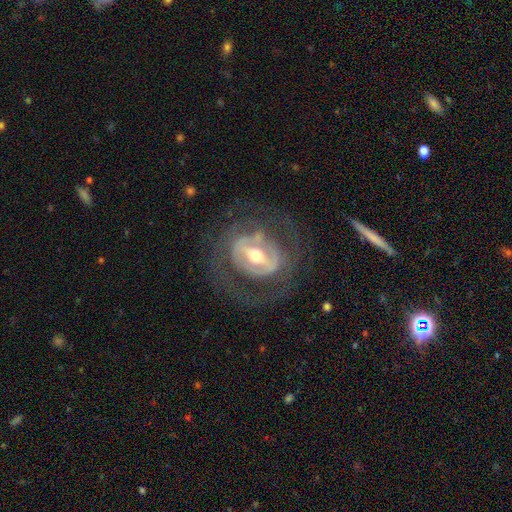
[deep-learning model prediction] Smooth or featured? featured or disk (82%)
Edge-on disk? no (94%)
Bar? strong (54%)
Spiral arms? yes (58%)
Bulge size? moderate (66%)
Merging? none (69%)